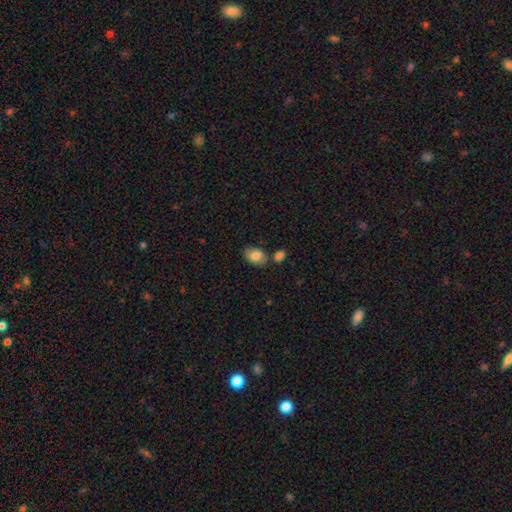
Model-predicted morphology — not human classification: smooth 81%, featured or disk 12%, star or artifact 7%. Down the decision tree: how rounded — in between (84%); merging — none (62%).